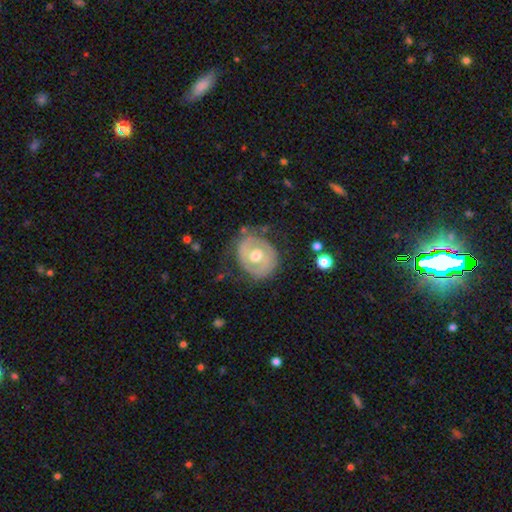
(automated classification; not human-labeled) A featured or disk galaxy (61%) with no bar (53%), spiral arms (50%, tied with no) and a moderate central bulge (77%). Merging: none (69%).